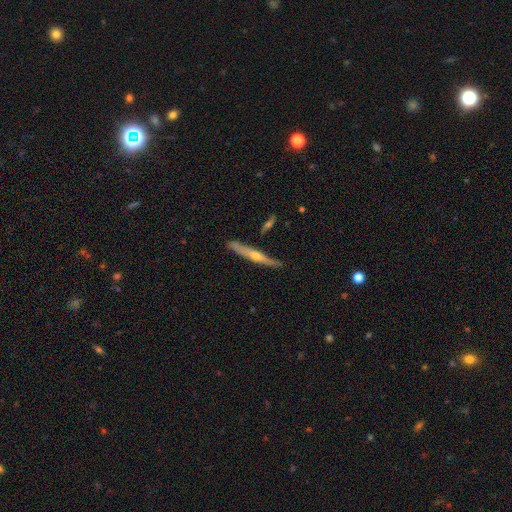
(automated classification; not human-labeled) Smooth or featured? Predicted: featured or disk (p=0.70). Edge-on disk? Predicted: yes (p=0.96). Edge-on bulge? Predicted: rounded (p=0.84). Merging? Predicted: none (p=0.83).